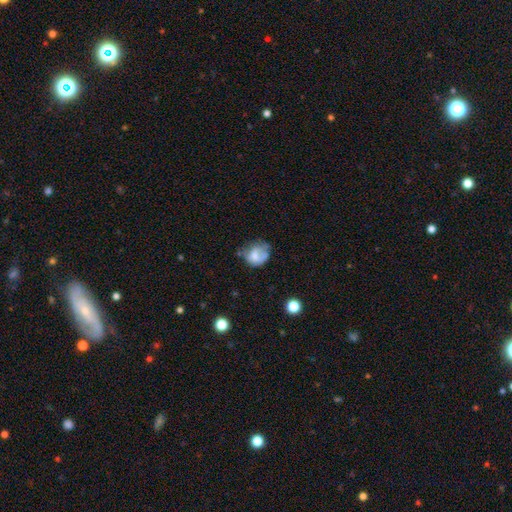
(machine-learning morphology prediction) type=smooth (60%); roundness=round (61%); merging=none (37%).